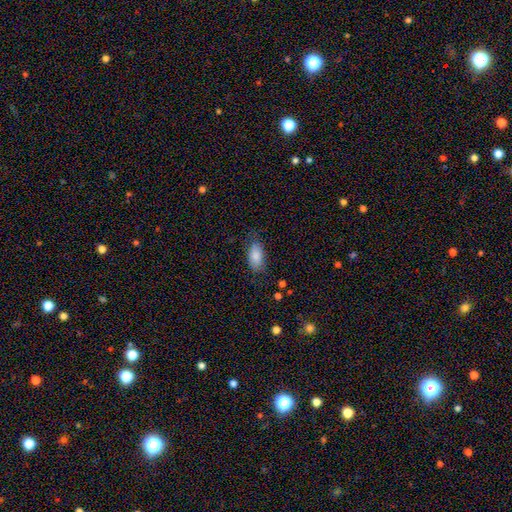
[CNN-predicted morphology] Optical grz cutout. It shows a smooth galaxy with no disk features (84%) that is in between round and cigar-shaped (91%). Merging: none (72%).